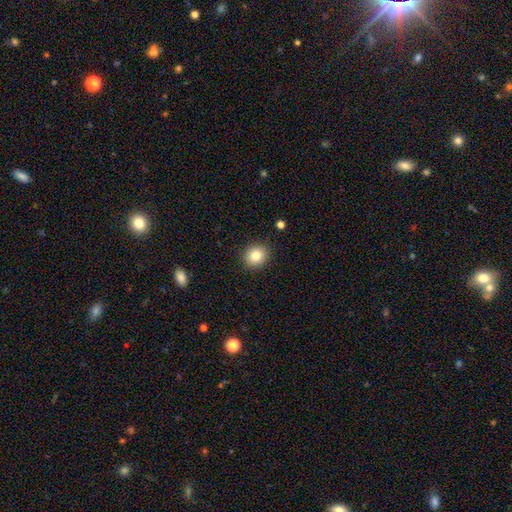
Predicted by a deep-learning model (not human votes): Morphology: type=smooth (82%); roundness=round (79%); merging=none (90%).